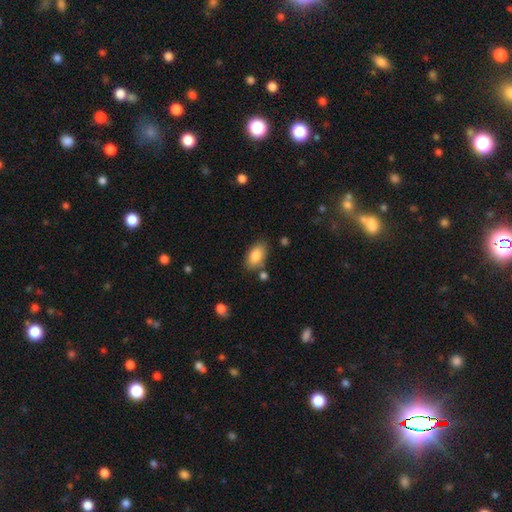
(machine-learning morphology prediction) Smooth or featured: smooth — 85% (featured or disk — 8%)
How rounded: in between — 92% (round — 5%)
Merging: none — 78% (minor disturbance — 13%)